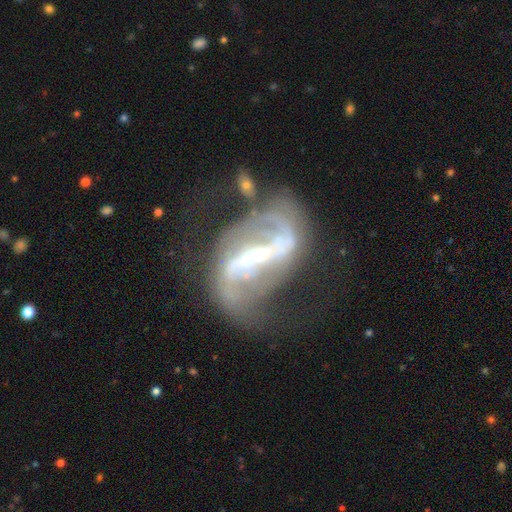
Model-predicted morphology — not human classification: This is clearly a featured or disk galaxy (89%). It is clearly not viewed edge-on (95%). Bar: likely strong (72%). Spiral arm pattern: clearly yes (94%). Spiral arm count: clearly 2 (87%). Spiral winding: marginally loose (45%). Central bulge: possibly small (51%). Merging: possibly none (54%).